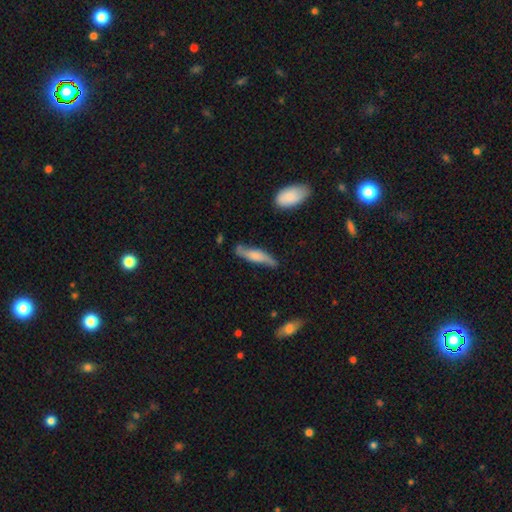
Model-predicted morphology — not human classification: The model was most divided on "smooth or featured": featured or disk: 50%, smooth: 44%, star or artifact: 6%. More confident: merging — none (70%).